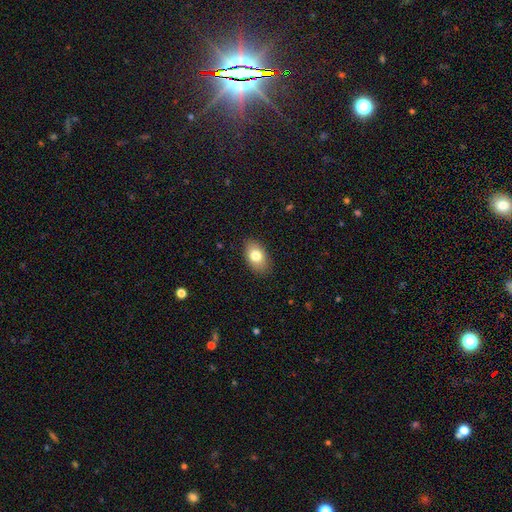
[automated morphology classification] A smooth galaxy with no disk features (79%) that is in between round and cigar-shaped (90%). Merging: none (87%).